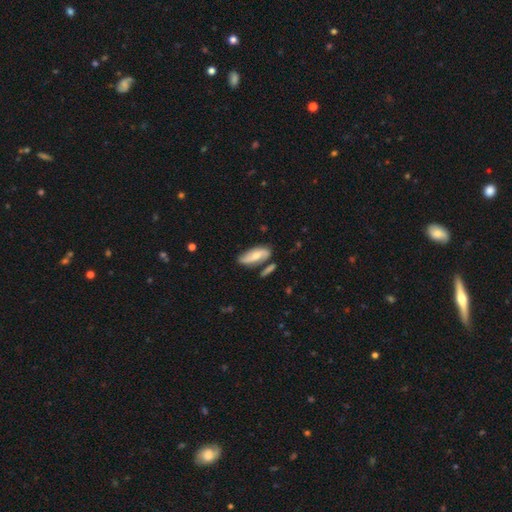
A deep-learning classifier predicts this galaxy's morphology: Smooth or featured? Predicted: featured or disk (p=0.48). Merging? Predicted: none (p=0.64).